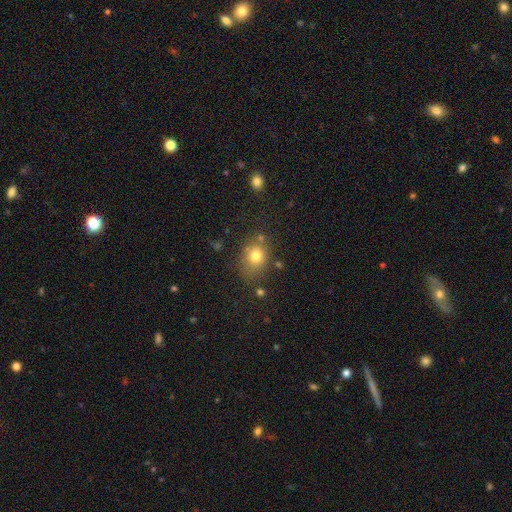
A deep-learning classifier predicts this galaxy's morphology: The model was most divided on "how rounded": round: 50%, in between: 49%, cigar-shaped: 1%. More confident: smooth or featured — smooth (77%); merging — none (70%).